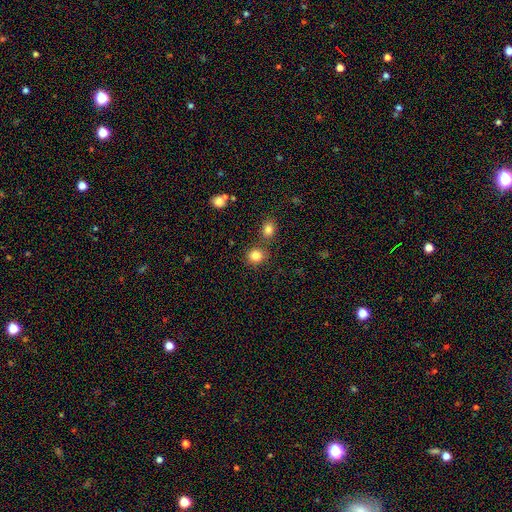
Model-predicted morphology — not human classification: smooth-or-featured: smooth: 83% | star or artifact: 11% | featured or disk: 5%
  how-rounded: round: 81% | in between: 18% | cigar-shaped: 1%
  merging: none: 74% | merger: 15% | minor disturbance: 9% | major disturbance: 3%